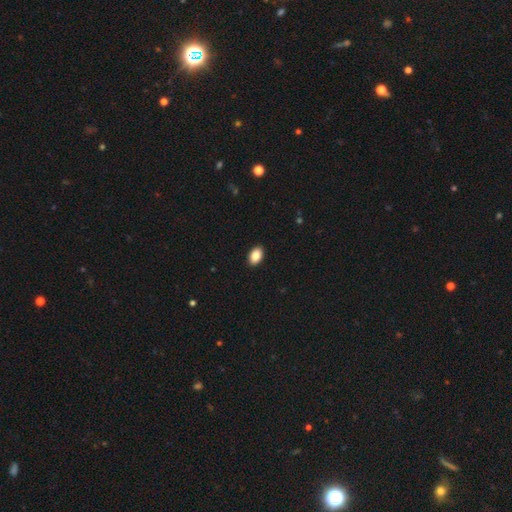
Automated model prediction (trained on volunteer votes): Q: Smooth or featured?
A: smooth (88%); runner-up: star or artifact (7%)
Q: How rounded?
A: in between (90%); runner-up: round (9%)
Q: Merging?
A: none (91%); runner-up: minor disturbance (6%)